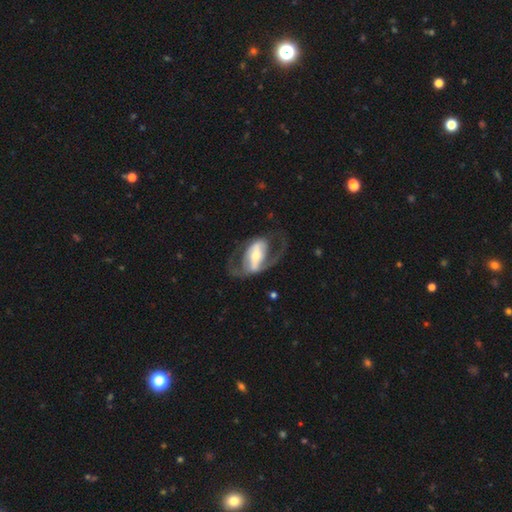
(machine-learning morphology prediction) A featured or disk galaxy (81%) with a strong bar (65%), 2 (84%) medium (49%) spiral arms (75%) and a moderate central bulge (45%).

Vote fractions:
- Smooth or featured? featured or disk: 81% / smooth: 15% / star or artifact: 5%
- Edge-on disk? no: 93% / yes: 7%
- Bar? strong: 65% / weak: 22% / no: 13%
- Spiral arms? yes: 75% / no: 25%
- Spiral winding? medium: 49% / loose: 31% / tight: 20%
- Spiral arm count? 2: 84% / can't tell: 8% / 1: 5% / 3: 1% / 4: 1% / more than 4: 1%
- Bulge size? moderate: 45% / small: 38% / large: 12% / dominant: 2% / none: 2%
- Merging? none: 58% / major disturbance: 24% / minor disturbance: 15% / merger: 2%